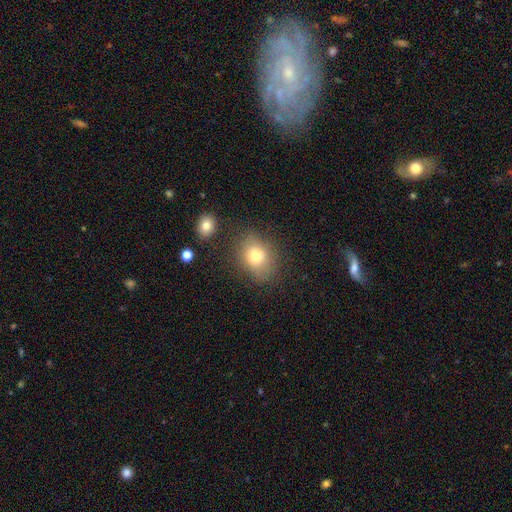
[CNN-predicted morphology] Smooth or featured?
  - smooth: 76% *
  - featured or disk: 13%
  - star or artifact: 11%
How rounded?
  - in between: 51% *
  - round: 48%
  - cigar-shaped: 1%
Merging?
  - none: 74% *
  - minor disturbance: 16%
  - major disturbance: 6%
  - merger: 4%